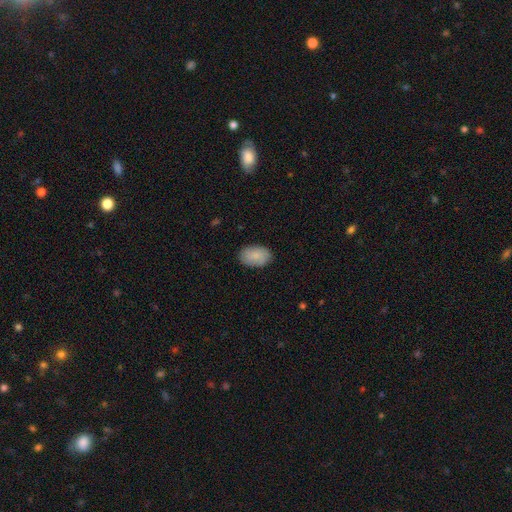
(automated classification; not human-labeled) Q: Smooth or featured?
A: smooth (87%); runner-up: featured or disk (7%)
Q: How rounded?
A: in between (89%); runner-up: round (9%)
Q: Merging?
A: none (87%); runner-up: minor disturbance (10%)